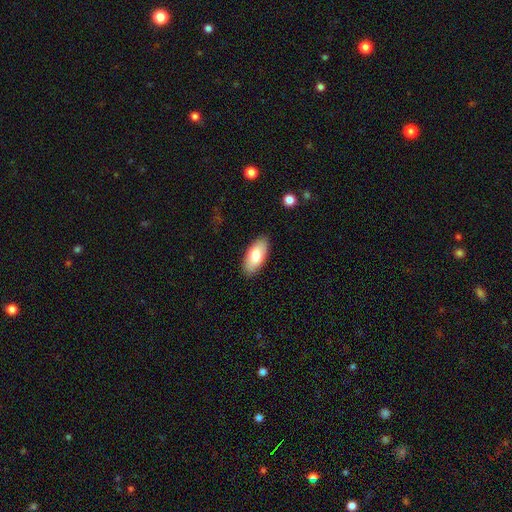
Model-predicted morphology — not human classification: The model was most divided on "smooth or featured": smooth: 80%, featured or disk: 15%, star or artifact: 6%. More confident: how rounded — in between (91%); merging — none (88%).